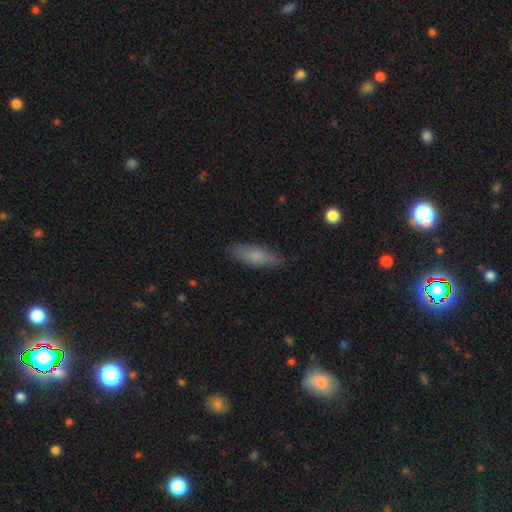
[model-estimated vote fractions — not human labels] smooth_or_featured: smooth (p=0.75) [alt: featured or disk p=0.18]
how_rounded: in between (p=0.50) [alt: cigar-shaped p=0.47]
merging: none (p=0.83) [alt: minor disturbance p=0.13]